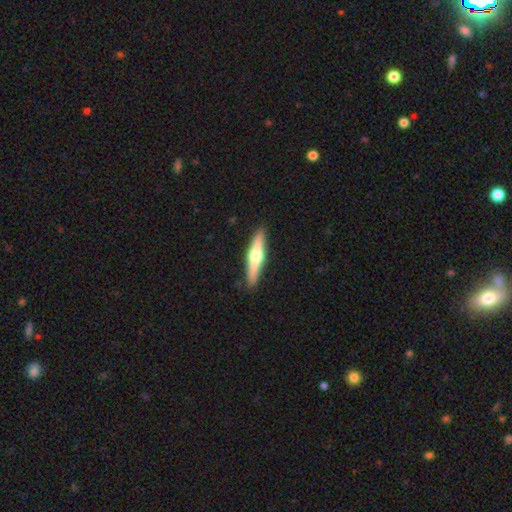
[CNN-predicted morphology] Smooth or featured? featured or disk (54%)
Edge-on disk? yes (95%)
Edge-on bulge? rounded (92%)
Merging? none (90%)